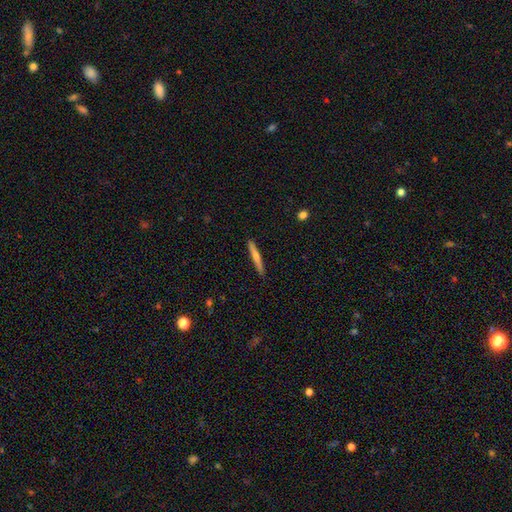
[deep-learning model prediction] The model was most divided on "smooth or featured": featured or disk: 57%, smooth: 37%, star or artifact: 6%. More confident: edge-on disk — yes (97%); merging — none (91%); edge-on bulge — rounded (72%).